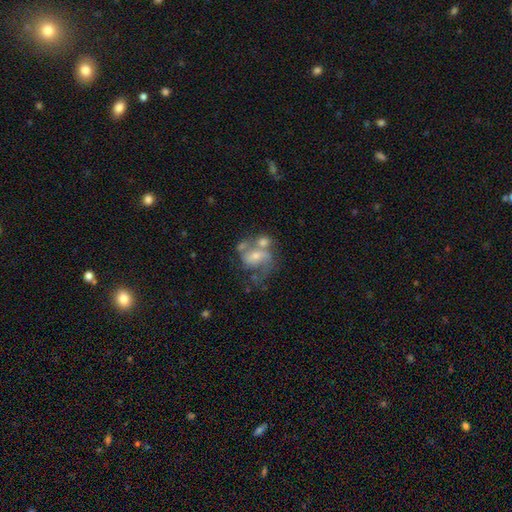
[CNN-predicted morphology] Smooth or featured? Predicted: featured or disk (p=0.63). Edge-on disk? Predicted: no (p=0.97). Bar? Predicted: no (p=0.52). Spiral arms? Predicted: yes (p=0.71). Bulge size? Predicted: small (p=0.46). Merging? Predicted: merger (p=0.36).